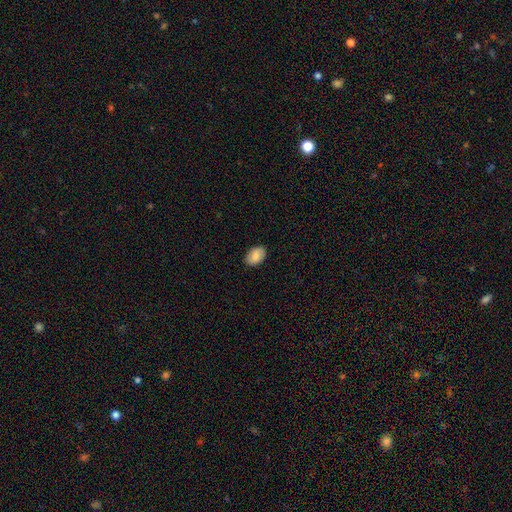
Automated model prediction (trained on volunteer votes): The model was most divided on "smooth or featured": smooth: 77%, featured or disk: 15%, star or artifact: 7%. More confident: merging — none (87%); how rounded — in between (86%).